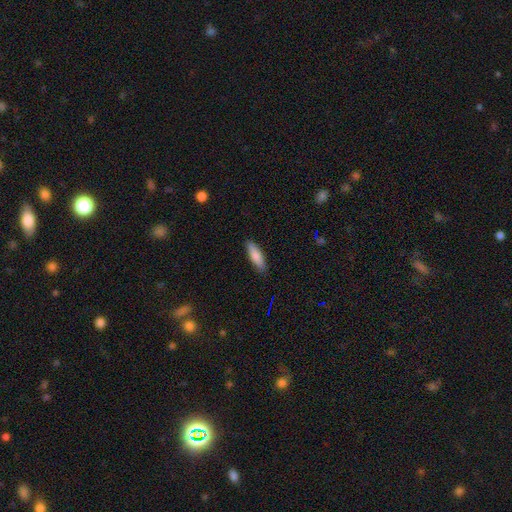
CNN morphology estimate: type=smooth (83%); roundness=cigar-shaped (59%); merging=none (88%).